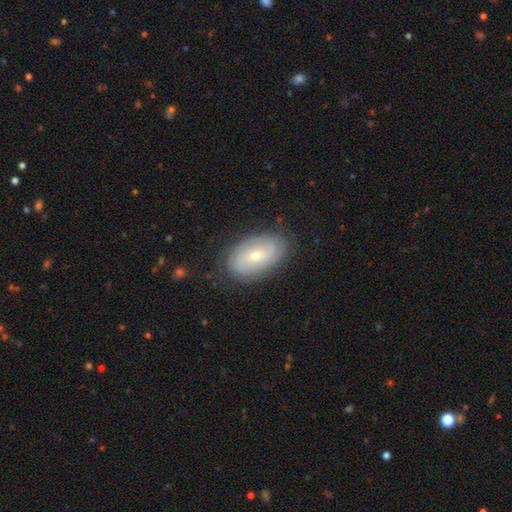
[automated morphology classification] A featured or disk galaxy (54%). Merging: none (82%).